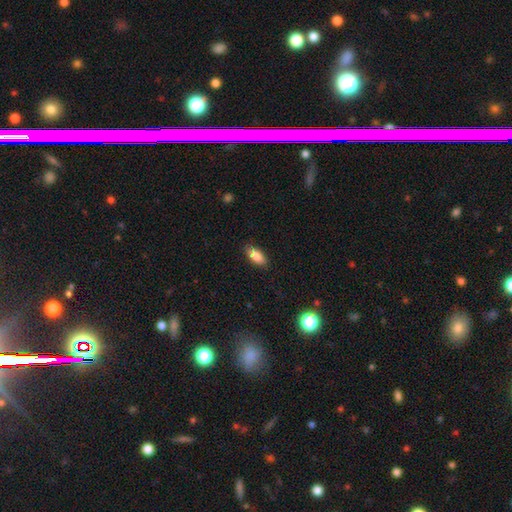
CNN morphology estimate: smooth-or-featured: smooth: 87% | star or artifact: 7% | featured or disk: 6%
  how-rounded: in between: 84% | cigar-shaped: 14% | round: 2%
  merging: none: 84% | minor disturbance: 12% | major disturbance: 3% | merger: 1%